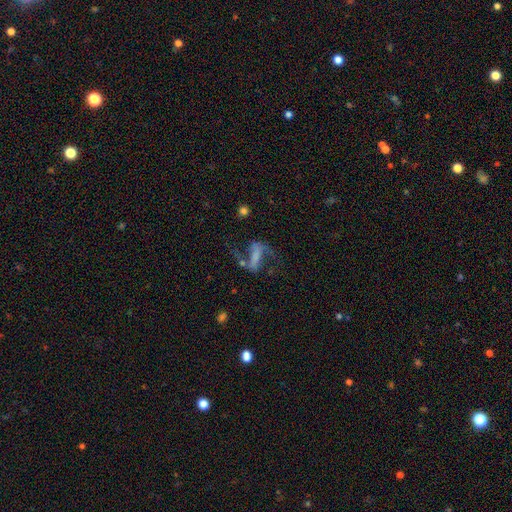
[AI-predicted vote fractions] Smooth or featured?
  - featured or disk: 74% *
  - smooth: 15%
  - star or artifact: 11%
Edge-on disk?
  - no: 94% *
  - yes: 6%
Bar?
  - strong: 61% *
  - weak: 25%
  - no: 15%
Spiral arms?
  - yes: 87% *
  - no: 13%
Spiral winding?
  - loose: 76% *
  - medium: 20%
  - tight: 4%
Spiral arm count?
  - 2: 90% *
  - 1: 5%
  - can't tell: 3%
  - 3: 1%
  - 4: 1%
  - more than 4: 1%
Bulge size?
  - none: 55% *
  - small: 19%
  - moderate: 15%
  - large: 9%
  - dominant: 3%
Merging?
  - none: 52% *
  - major disturbance: 25%
  - minor disturbance: 15%
  - merger: 8%